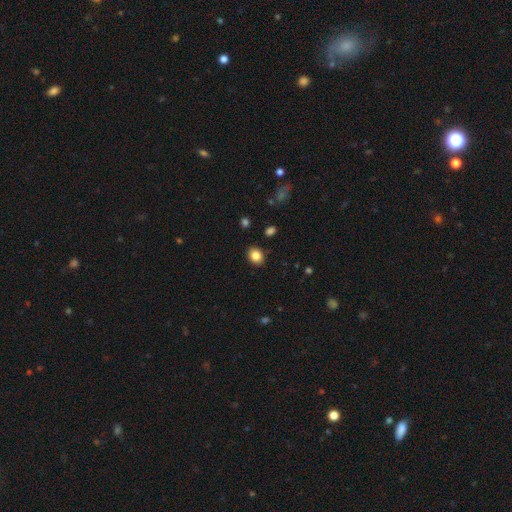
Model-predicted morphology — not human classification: A smooth galaxy with no disk features (84%) that is in between round and cigar-shaped (52%). Merging: none (88%).